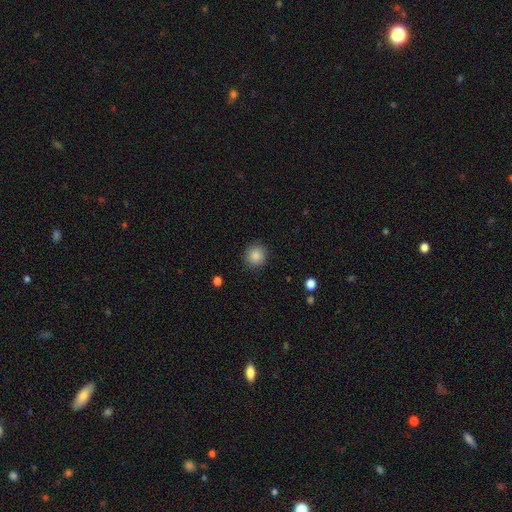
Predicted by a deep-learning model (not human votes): A smooth galaxy with no disk features (86%) that is round (93%).

Vote fractions:
- Smooth or featured? smooth: 86% / star or artifact: 9% / featured or disk: 5%
- How rounded? round: 93% / in between: 6% / cigar-shaped: 1%
- Merging? none: 90% / minor disturbance: 6% / major disturbance: 2% / merger: 1%